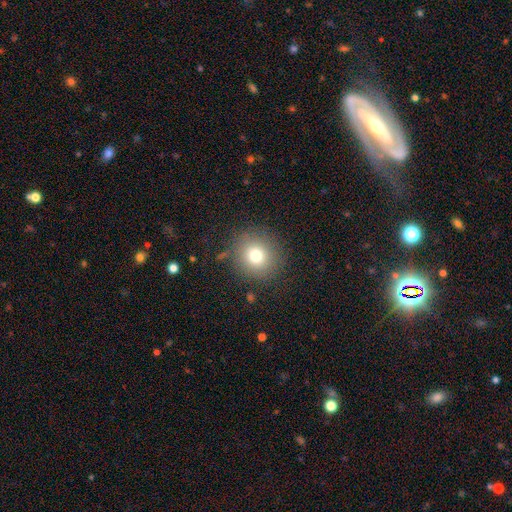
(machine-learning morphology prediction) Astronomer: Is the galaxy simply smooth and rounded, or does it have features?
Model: smooth — 75%.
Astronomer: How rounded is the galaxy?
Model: round — 91%.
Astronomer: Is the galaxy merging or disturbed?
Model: none — 85%.